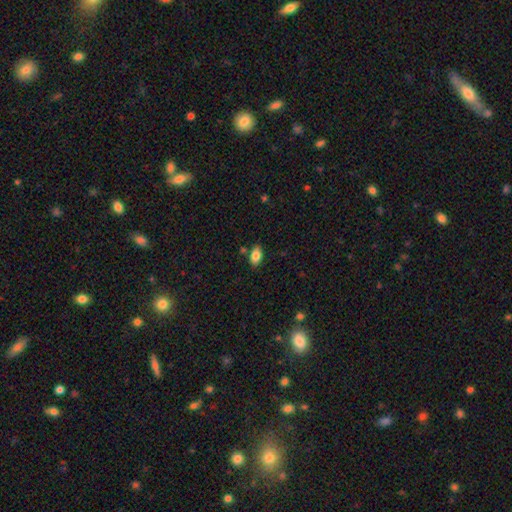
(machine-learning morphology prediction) smooth-or-featured: smooth: 84% | star or artifact: 8% | featured or disk: 8%
  how-rounded: in between: 92% | round: 6% | cigar-shaped: 2%
  merging: none: 81% | minor disturbance: 12% | merger: 5% | major disturbance: 2%